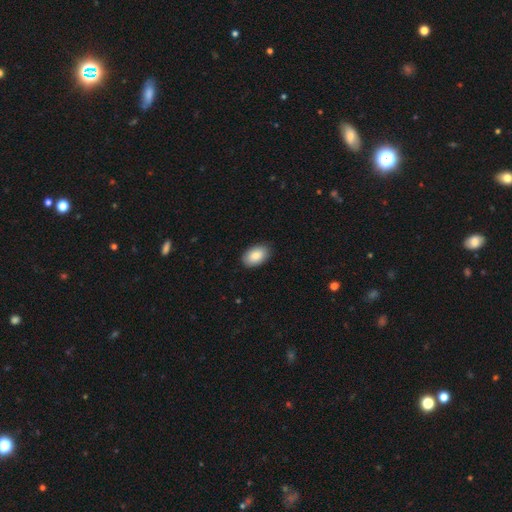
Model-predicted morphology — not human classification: smooth-or-featured: smooth: 85% | featured or disk: 9% | star or artifact: 6%
  how-rounded: in between: 93% | round: 6% | cigar-shaped: 1%
  merging: none: 87% | minor disturbance: 10% | major disturbance: 2% | merger: 1%